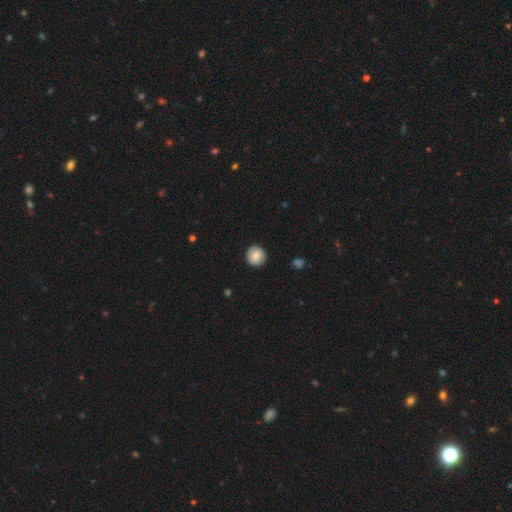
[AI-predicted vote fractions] Overall: smooth (79%). How rounded: round (93%). Merging: none (89%).